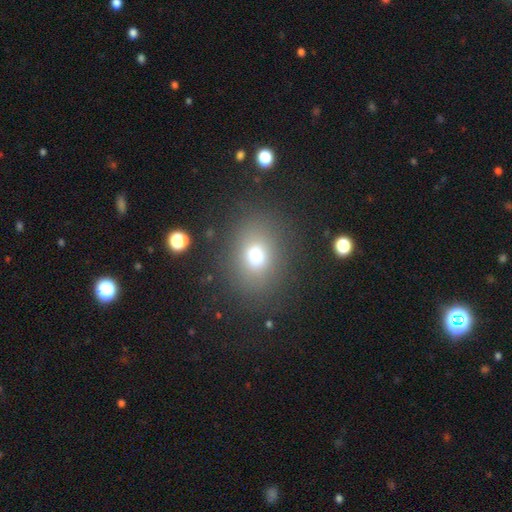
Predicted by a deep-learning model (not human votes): A smooth galaxy with no disk features (73%) that is round (50%). Merging: none (82%).